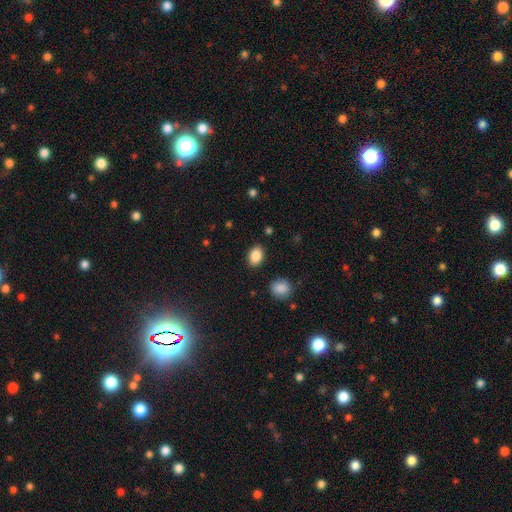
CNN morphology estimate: smooth_or_featured: smooth (p=0.87) [alt: star or artifact p=0.08]
how_rounded: in between (p=0.80) [alt: round p=0.19]
merging: none (p=0.87) [alt: minor disturbance p=0.09]